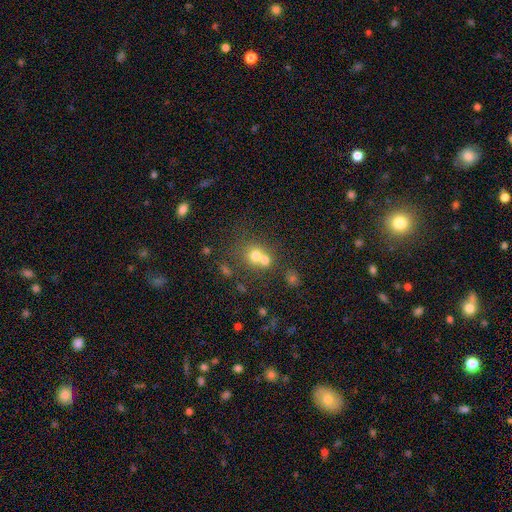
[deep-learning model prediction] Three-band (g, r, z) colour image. It shows a smooth galaxy with no disk features (68%) that is round (77%). Merging: merger (55%).